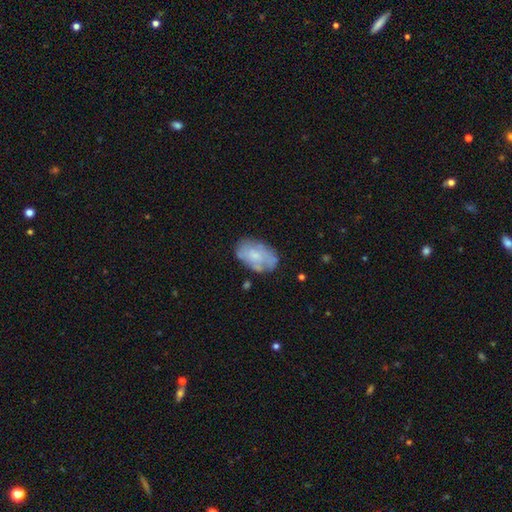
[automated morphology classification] A smooth galaxy with no disk features (51%) that is in between round and cigar-shaped (89%). Merging: none (64%).